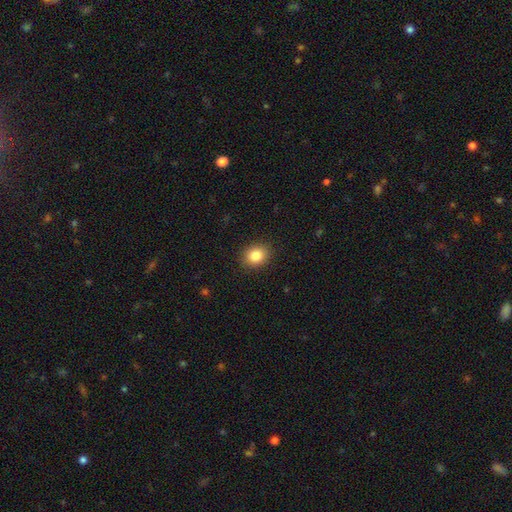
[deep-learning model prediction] This is clearly a smooth galaxy (85%). How rounded: possibly round (57%). Merging: clearly none (89%).